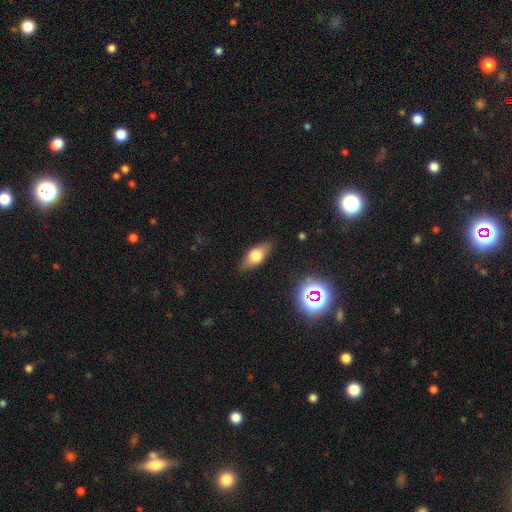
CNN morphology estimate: Overall: smooth (62%; featured or disk 28%). How rounded: in between (77%). Merging: none (84%).